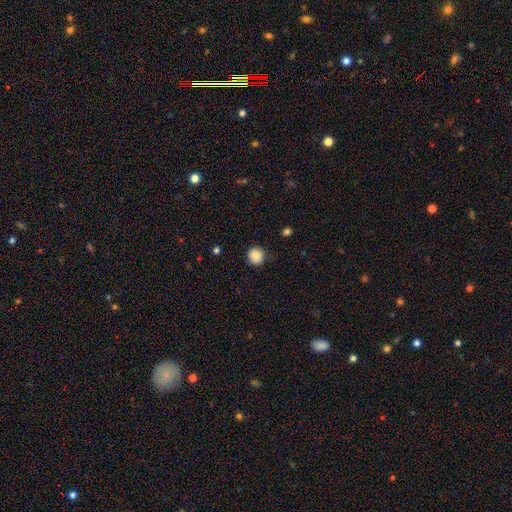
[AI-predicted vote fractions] Morphology: type=smooth (87%); roundness=round (92%); merging=none (84%).